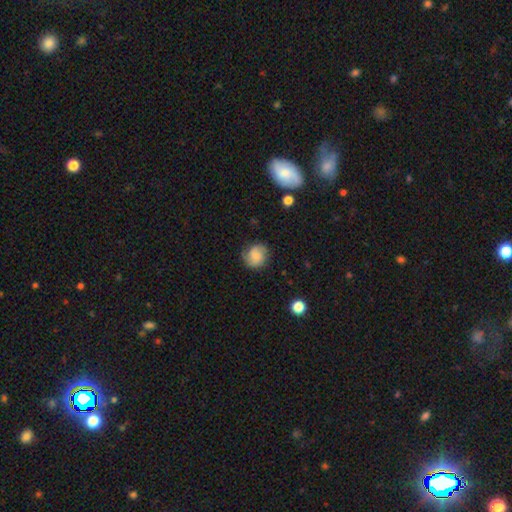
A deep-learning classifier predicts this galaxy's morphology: Overall: smooth (65%; featured or disk 26%). How rounded: round (80%). Merging: none (75%).